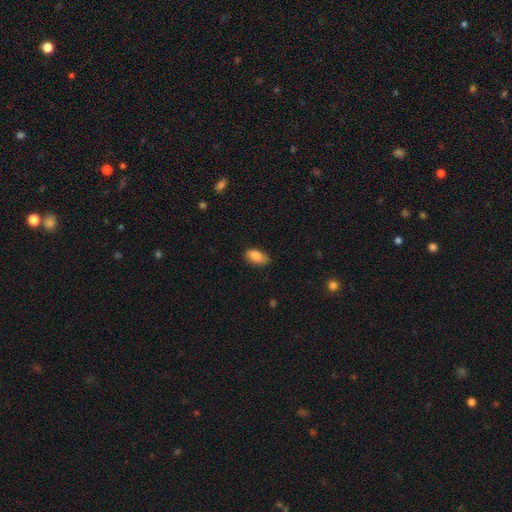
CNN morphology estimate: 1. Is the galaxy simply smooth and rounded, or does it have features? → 87% smooth, 7% star or artifact, 6% featured or disk.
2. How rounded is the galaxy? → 92% in between, 5% round, 3% cigar-shaped.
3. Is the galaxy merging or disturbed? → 72% none, 23% minor disturbance, 4% major disturbance, 1% merger.